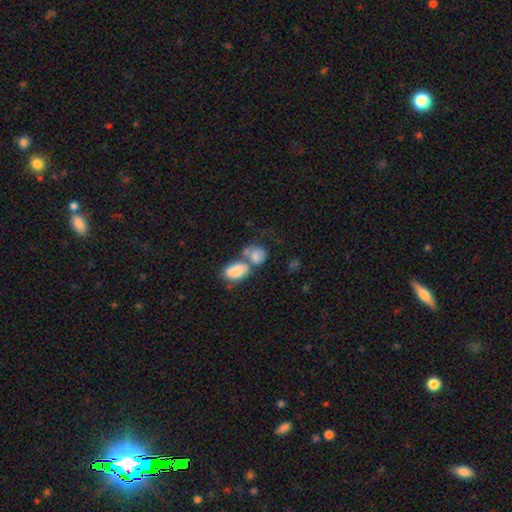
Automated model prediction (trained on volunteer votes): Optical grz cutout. It shows a smooth galaxy with no disk features (80%) that is in between round and cigar-shaped (68%). Merging: merger (62%).